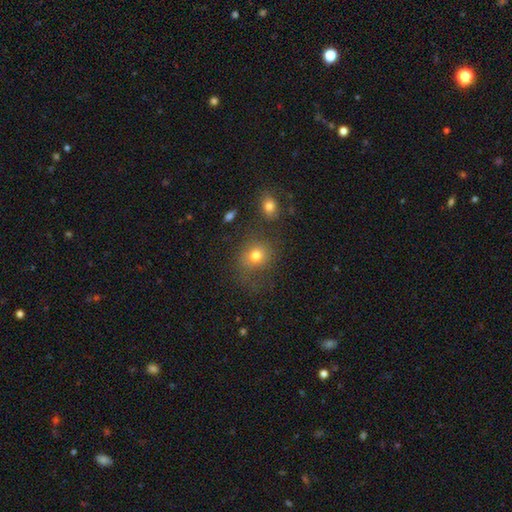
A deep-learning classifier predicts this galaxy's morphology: smooth 75%, star or artifact 14%, featured or disk 11%. Down the decision tree: how rounded — round (67%); merging — none (65%).